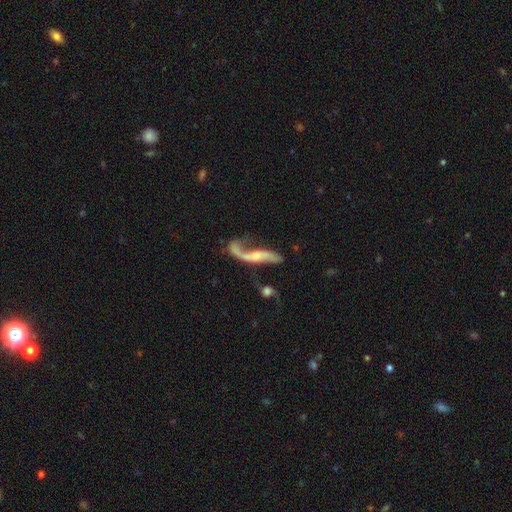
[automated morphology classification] Q: Smooth or featured?
A: featured or disk (75%); runner-up: smooth (18%)
Q: Edge-on disk?
A: no (74%); runner-up: yes (26%)
Q: Bar?
A: no (53%); runner-up: weak (28%)
Q: Spiral arms?
A: yes (82%); runner-up: no (18%)
Q: Bulge size?
A: small (44%); runner-up: moderate (25%)
Q: Merging?
A: none (37%); runner-up: major disturbance (29%)